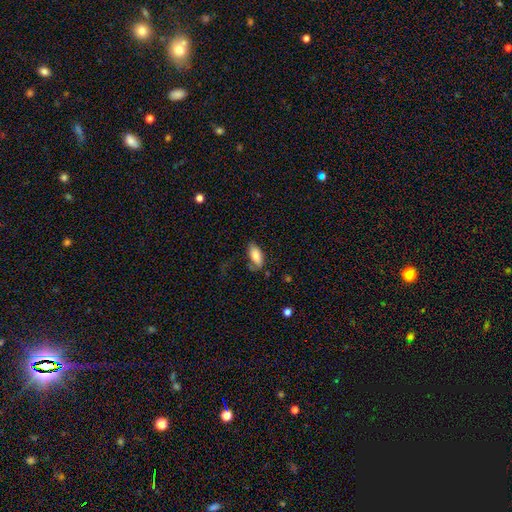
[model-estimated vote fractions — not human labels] smooth-or-featured: smooth: 80% | featured or disk: 13% | star or artifact: 7%
  how-rounded: in between: 88% | cigar-shaped: 9% | round: 2%
  merging: none: 64% | minor disturbance: 25% | major disturbance: 8% | merger: 3%